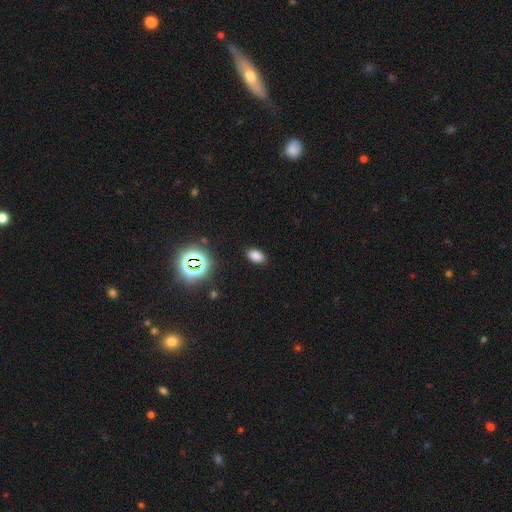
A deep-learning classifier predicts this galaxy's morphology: Smooth or featured: smooth — 76% (star or artifact — 18%)
How rounded: in between — 89% (round — 9%)
Merging: none — 87% (minor disturbance — 9%)